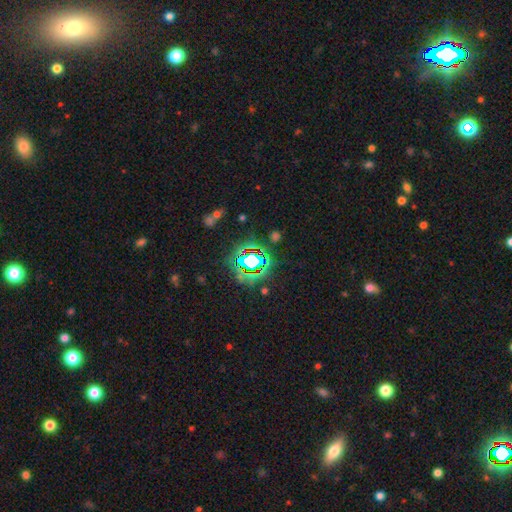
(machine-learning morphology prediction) Smooth or featured: star or artifact — 71% (smooth — 18%)